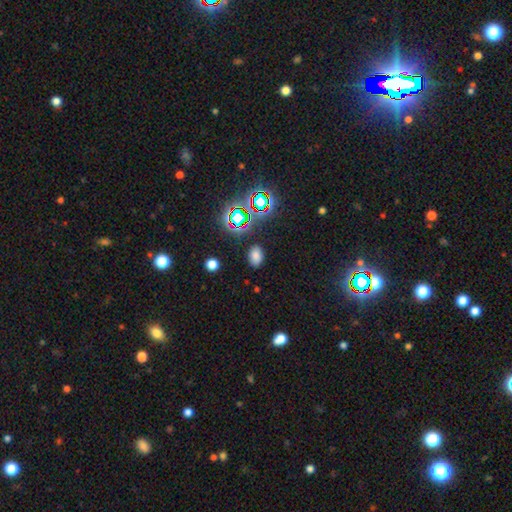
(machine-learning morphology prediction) Smooth or featured?
  - smooth: 72% *
  - star or artifact: 22%
  - featured or disk: 6%
How rounded?
  - in between: 84% *
  - round: 14%
  - cigar-shaped: 1%
Merging?
  - none: 85% *
  - minor disturbance: 10%
  - major disturbance: 3%
  - merger: 2%